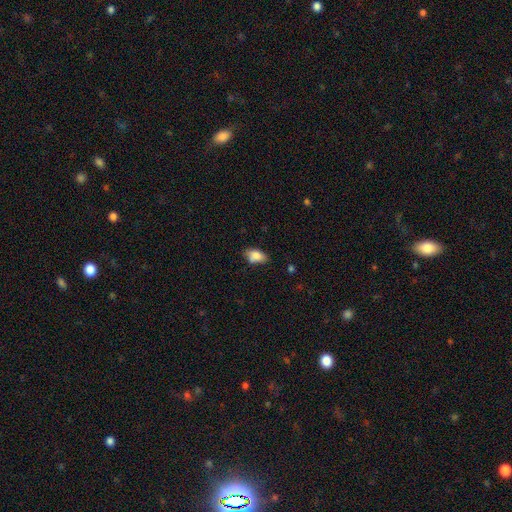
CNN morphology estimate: This is clearly a smooth galaxy (81%). How rounded: clearly in between (90%). Merging: likely none (60%).